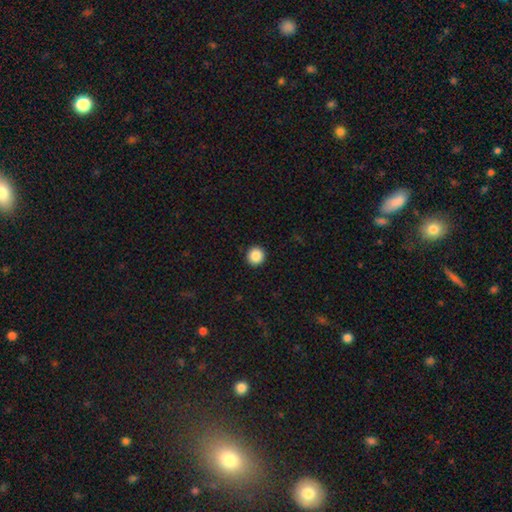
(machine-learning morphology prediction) This is clearly a smooth galaxy (88%). How rounded: clearly round (95%). Merging: clearly none (94%).